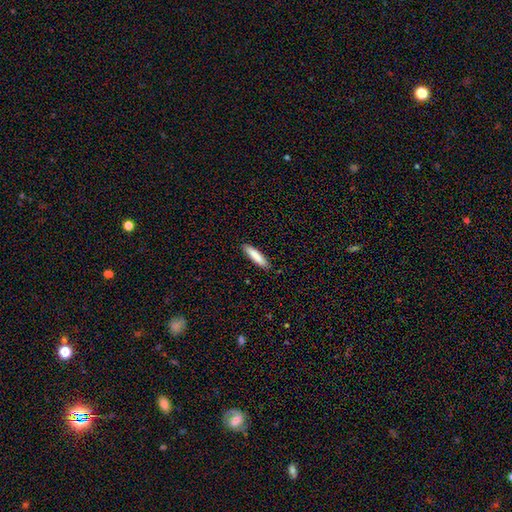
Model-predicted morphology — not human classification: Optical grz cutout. It shows a smooth galaxy with no disk features (85%) that is cigar-shaped (81%). Merging: none (88%).